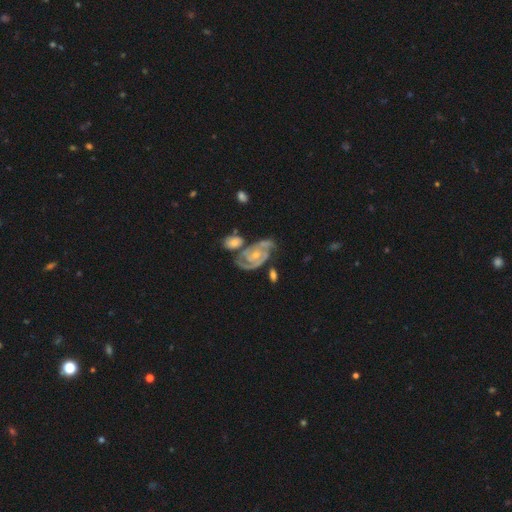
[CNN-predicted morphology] featured or disk 89%, smooth 6%, star or artifact 4%. Down the decision tree: edge-on disk — no (97%); bar — no (64%); spiral arms — yes (97%); spiral arm count — 2 (76%); spiral winding — tight (52%); bulge size — small (61%); merging — none (54%).